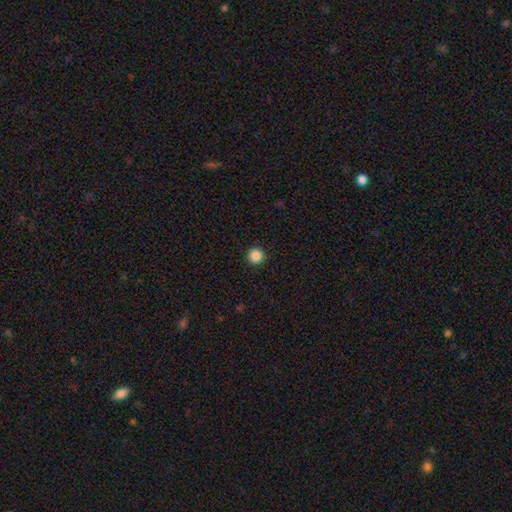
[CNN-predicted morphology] Smooth or featured?
  - smooth: 87% *
  - star or artifact: 11%
  - featured or disk: 3%
How rounded?
  - round: 96% *
  - in between: 3%
  - cigar-shaped: 1%
Merging?
  - none: 94% *
  - minor disturbance: 4%
  - major disturbance: 1%
  - merger: 1%